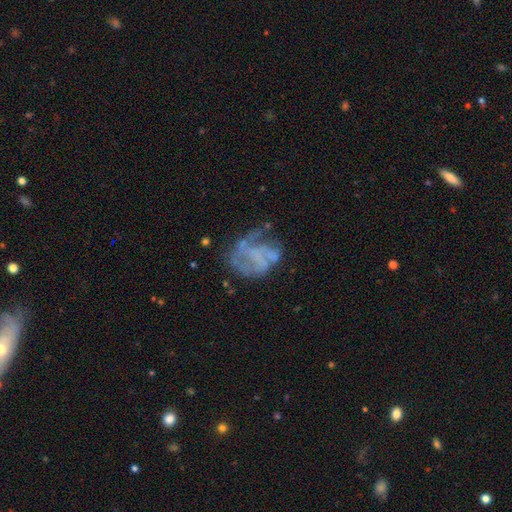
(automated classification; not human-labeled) Smooth or featured: featured or disk — 65% (smooth — 22%)
Edge-on disk: no — 98% (yes — 2%)
Bar: no — 79% (weak — 15%)
Spiral arms: no — 62% (yes — 38%)
Bulge size: none — 81% (small — 9%)
Merging: none — 38% (major disturbance — 35%)